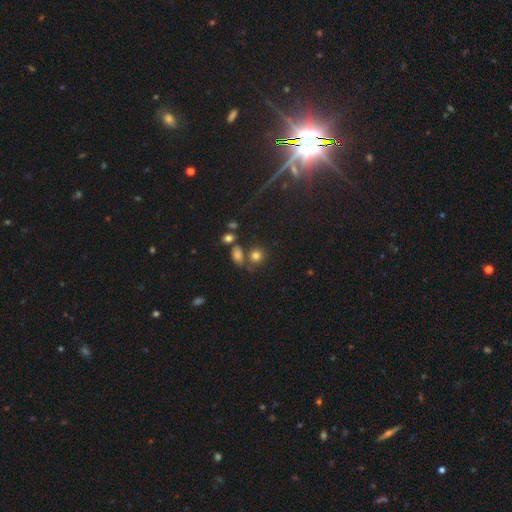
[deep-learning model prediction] Smooth or featured? smooth (74%)
How rounded? round (79%)
Merging? none (60%)